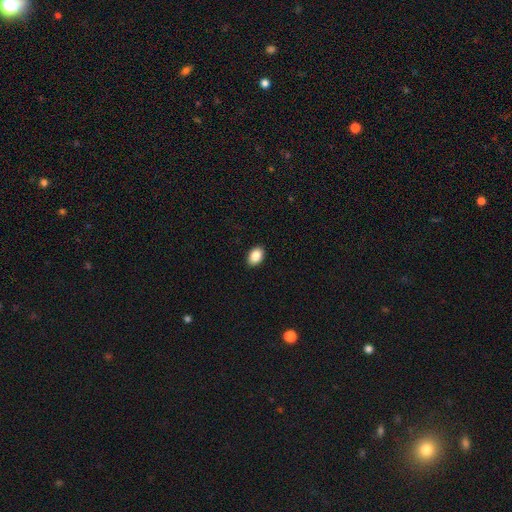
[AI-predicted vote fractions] Smooth or featured? smooth (89%)
How rounded? in between (85%)
Merging? none (91%)